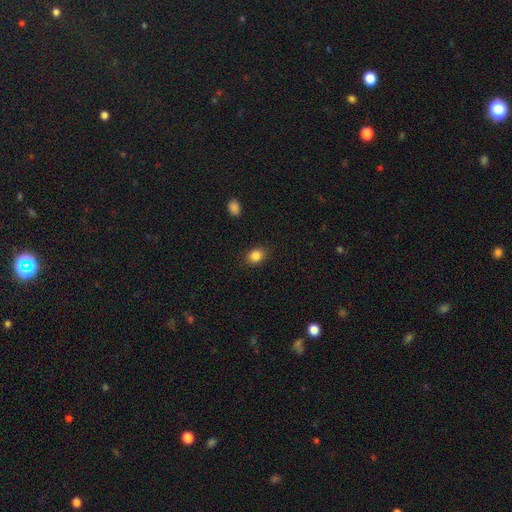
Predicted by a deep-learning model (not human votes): smooth-or-featured: smooth: 85% | star or artifact: 10% | featured or disk: 5%
  how-rounded: round: 51% | in between: 48% | cigar-shaped: 1%
  merging: none: 86% | minor disturbance: 10% | major disturbance: 3% | merger: 1%